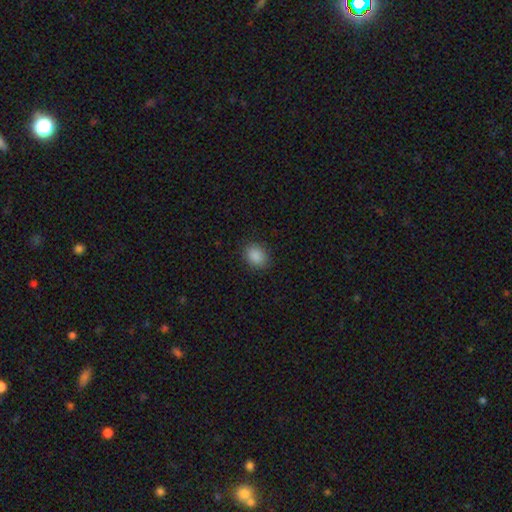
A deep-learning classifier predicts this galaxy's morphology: type=smooth (88%); roundness=in between (54%); merging=none (88%).